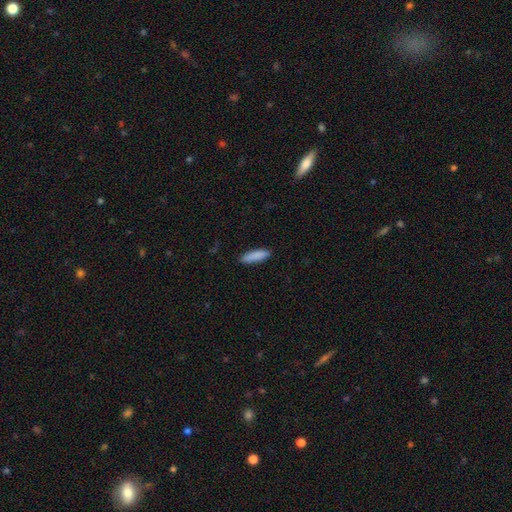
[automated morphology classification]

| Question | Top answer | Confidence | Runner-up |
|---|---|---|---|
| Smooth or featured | smooth | 89% | star or artifact (6%) |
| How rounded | cigar-shaped | 65% | in between (34%) |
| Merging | none | 89% | minor disturbance (8%) |